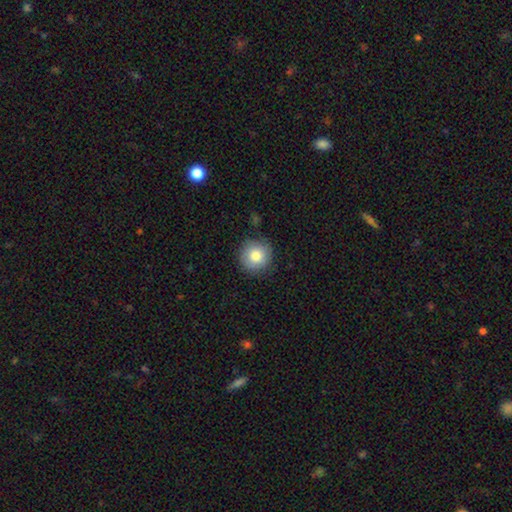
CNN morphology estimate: Overall: smooth (82%). How rounded: round (93%). Merging: none (86%).